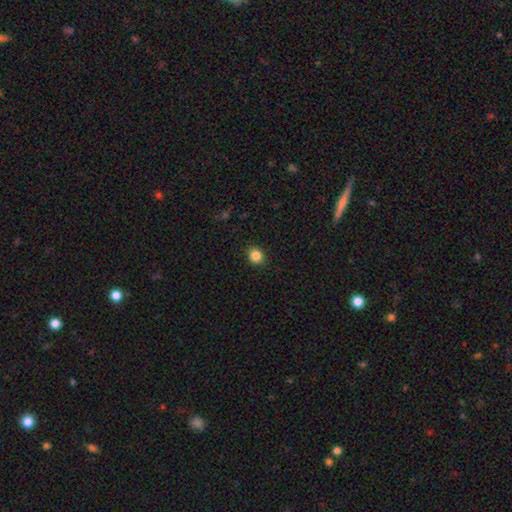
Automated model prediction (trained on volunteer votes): Morphology: type=smooth (85%); roundness=round (83%); merging=none (91%).